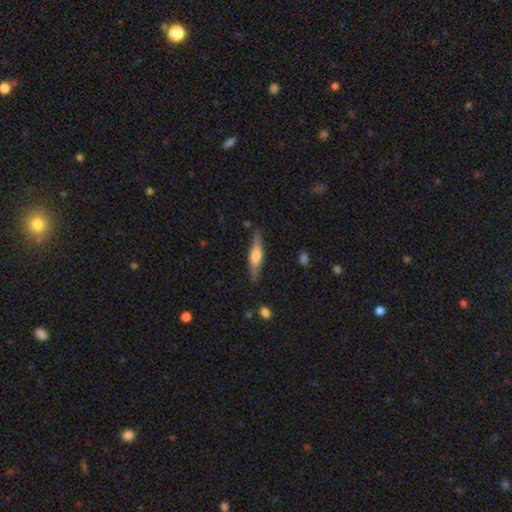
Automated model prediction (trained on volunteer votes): Overall: featured or disk (60%; smooth 34%). Edge-on disk: yes (95%). Edge-on bulge: rounded (78%). Merging: none (81%).